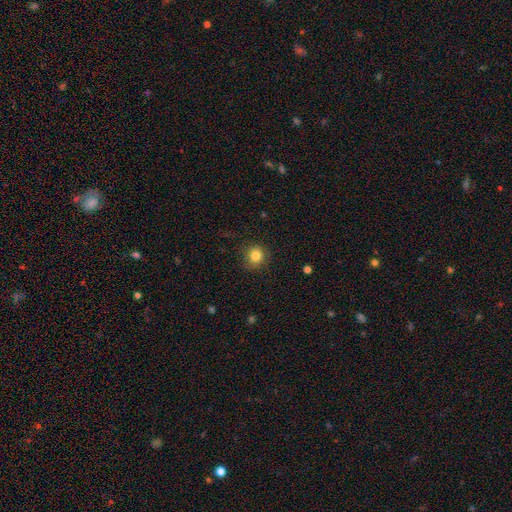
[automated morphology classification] This is clearly a smooth galaxy (83%). How rounded: clearly round (88%). Merging: clearly none (83%).